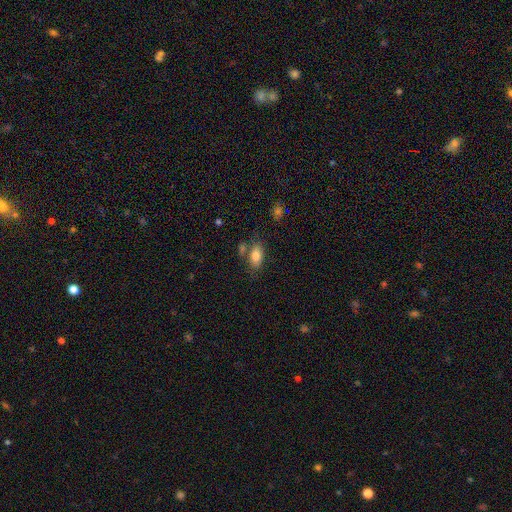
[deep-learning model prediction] A smooth galaxy with no disk features (82%) that is in between round and cigar-shaped (90%).

Vote fractions:
- Smooth or featured? smooth: 82% / featured or disk: 10% / star or artifact: 8%
- How rounded? in between: 90% / round: 6% / cigar-shaped: 4%
- Merging? none: 64% / minor disturbance: 16% / merger: 15% / major disturbance: 5%